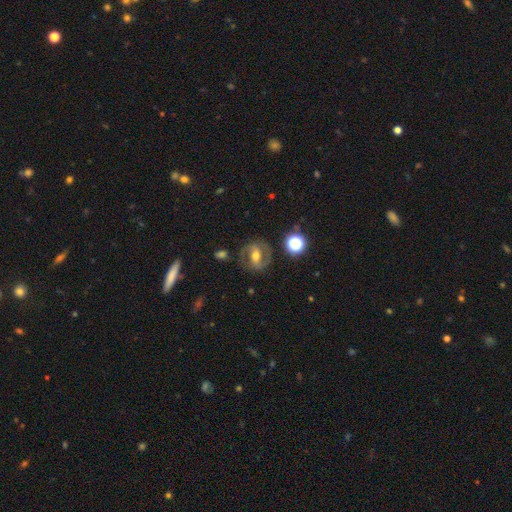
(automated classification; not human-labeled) featured or disk 74%, smooth 17%, star or artifact 9%. Down the decision tree: edge-on disk — no (96%); bar — strong (46%); spiral arms — yes (84%); spiral arm count — 2 (87%); spiral winding — medium (50%); bulge size — moderate (67%); merging — none (79%).